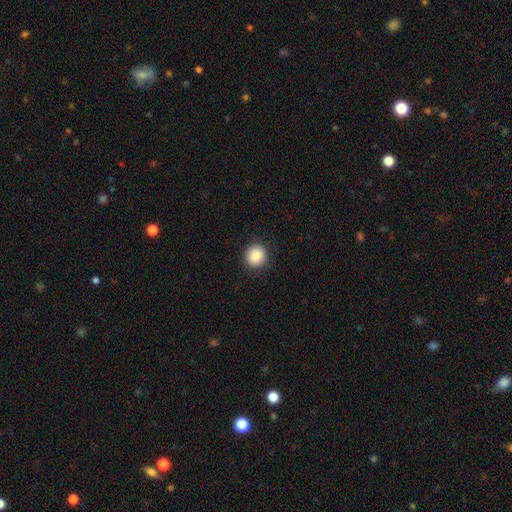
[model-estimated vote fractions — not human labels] The model was most divided on "smooth or featured": smooth: 87%, star or artifact: 9%, featured or disk: 4%. More confident: merging — none (90%); how rounded — round (89%).